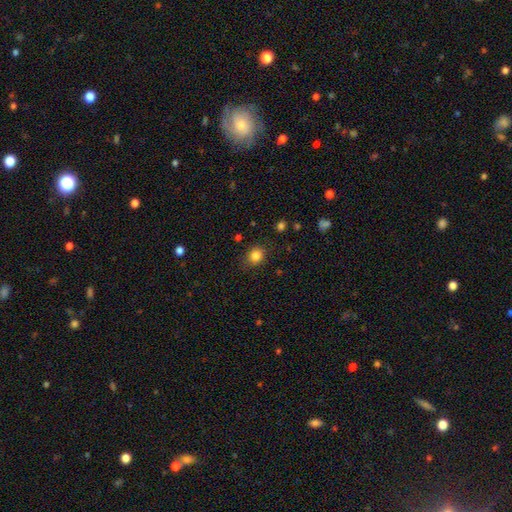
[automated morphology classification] This is clearly a smooth galaxy (84%). How rounded: likely round (68%). Merging: clearly none (83%).